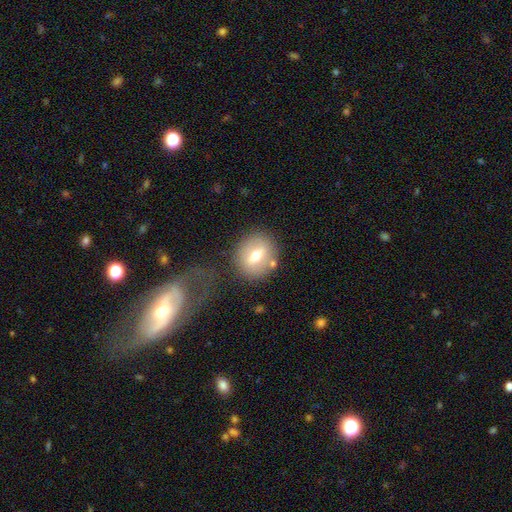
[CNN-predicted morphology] smooth 51%, featured or disk 41%, star or artifact 9%. Down the decision tree: how rounded — round (71%); merging — none (76%).